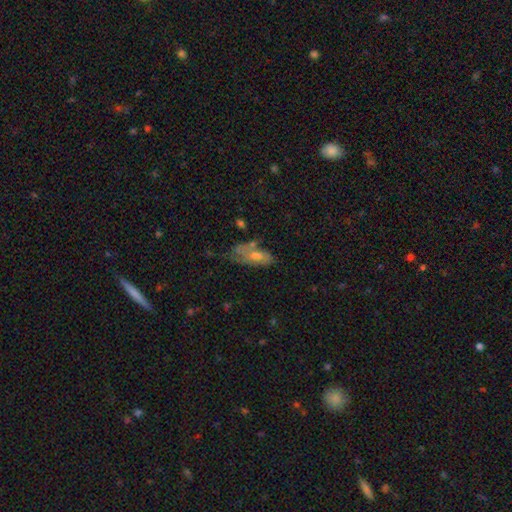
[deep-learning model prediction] smooth 49%, featured or disk 40%, star or artifact 10%. Down the decision tree: merging — none (38%).